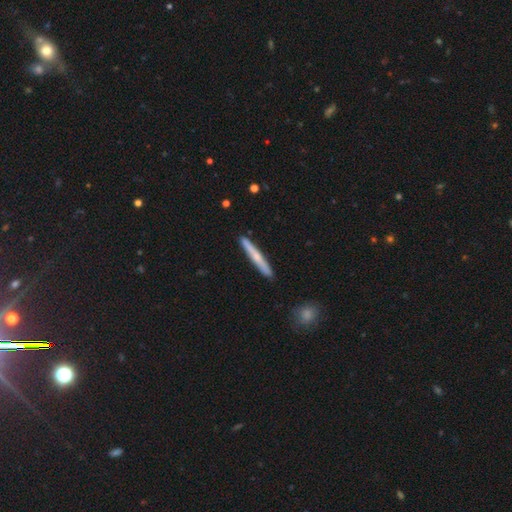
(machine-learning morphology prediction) type=smooth (50%); merging=none (91%).